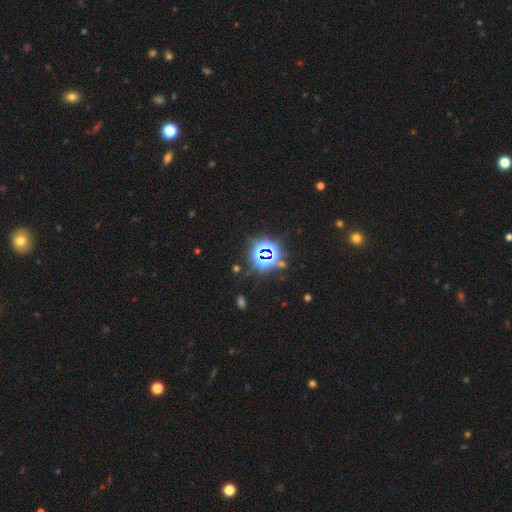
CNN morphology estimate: Smooth or featured? Predicted: star or artifact (p=0.77).